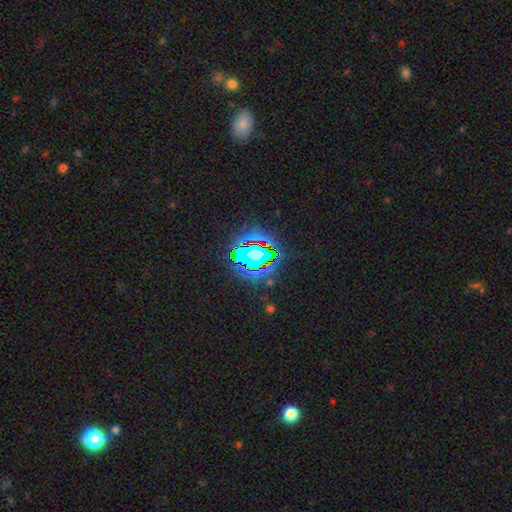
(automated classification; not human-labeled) A star or artifact, not a galaxy (78%).